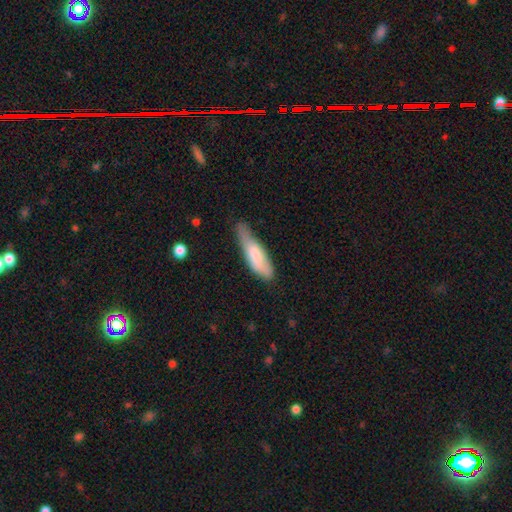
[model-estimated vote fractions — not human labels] Smooth or featured? smooth (72%)
How rounded? cigar-shaped (56%)
Merging? minor disturbance (43%)